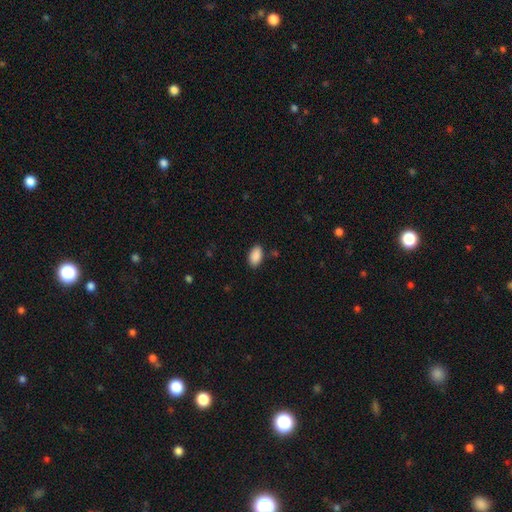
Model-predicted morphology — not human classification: Smooth or featured? Predicted: smooth (p=0.90). How rounded? Predicted: in between (p=0.95). Merging? Predicted: none (p=0.86).